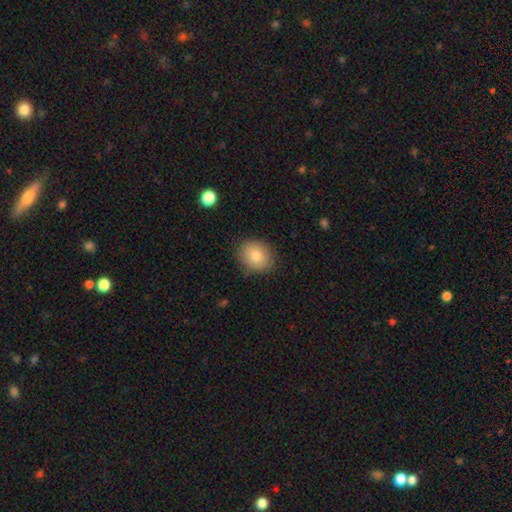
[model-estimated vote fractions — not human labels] Smooth or featured?
  - smooth: 81% *
  - featured or disk: 10%
  - star or artifact: 9%
How rounded?
  - round: 61% *
  - in between: 38%
  - cigar-shaped: 1%
Merging?
  - none: 86% *
  - minor disturbance: 10%
  - major disturbance: 3%
  - merger: 1%